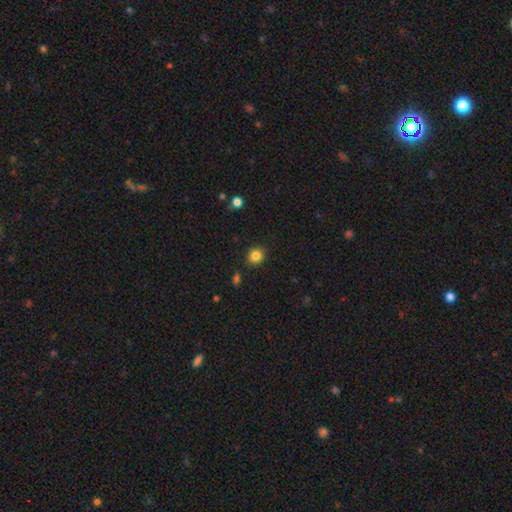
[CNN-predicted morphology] This appears to be a smooth galaxy with no disk features (84%) that is round (80%). Merging: none (87%).